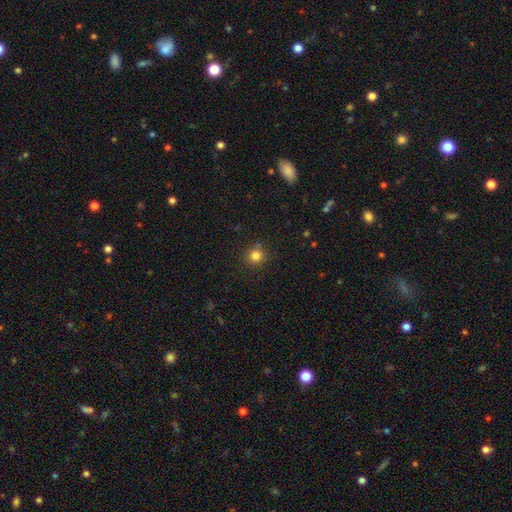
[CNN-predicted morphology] Overall: smooth (82%). How rounded: round (92%). Merging: none (84%).